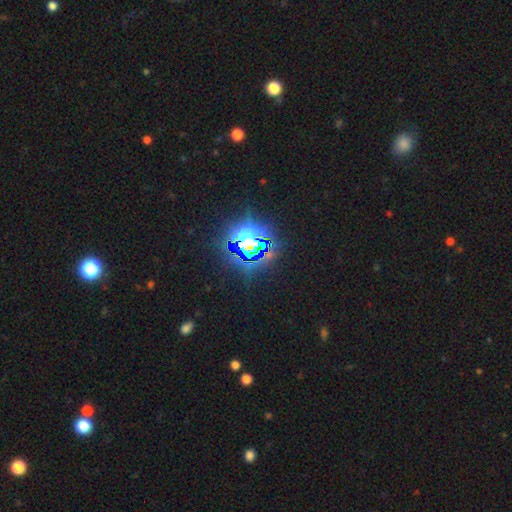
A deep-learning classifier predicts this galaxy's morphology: This appears to be a star or artifact, not a galaxy (81%).